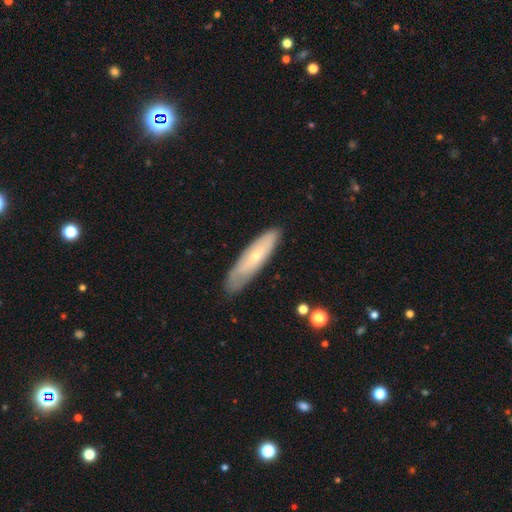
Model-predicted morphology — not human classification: Smooth or featured? Predicted: smooth (p=0.49). Merging? Predicted: none (p=0.78).